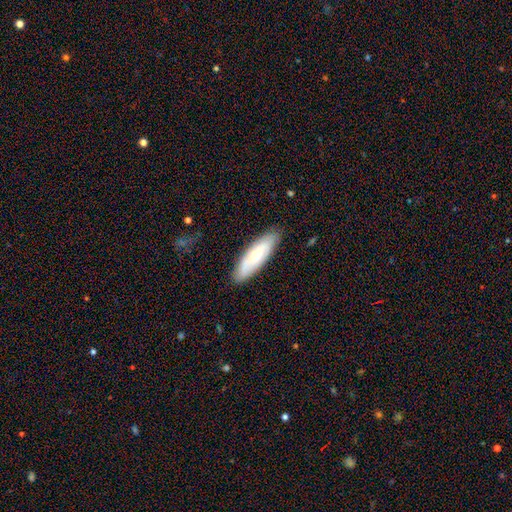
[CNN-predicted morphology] Smooth or featured: smooth — 58% (featured or disk — 36%)
How rounded: cigar-shaped — 51% (in between — 47%)
Merging: none — 84% (minor disturbance — 12%)